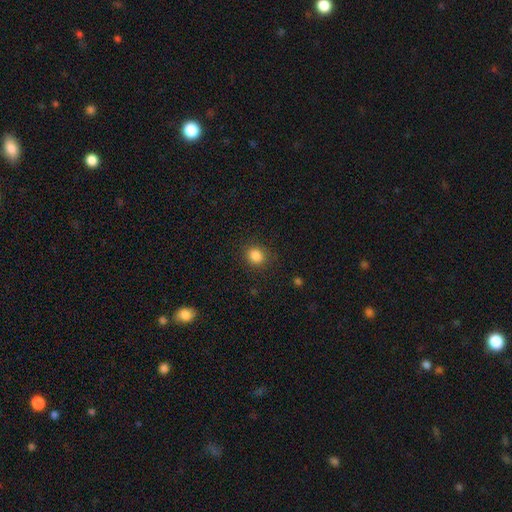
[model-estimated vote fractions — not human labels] This appears to be a smooth galaxy with no disk features (85%) that is round (75%). Merging: none (87%).